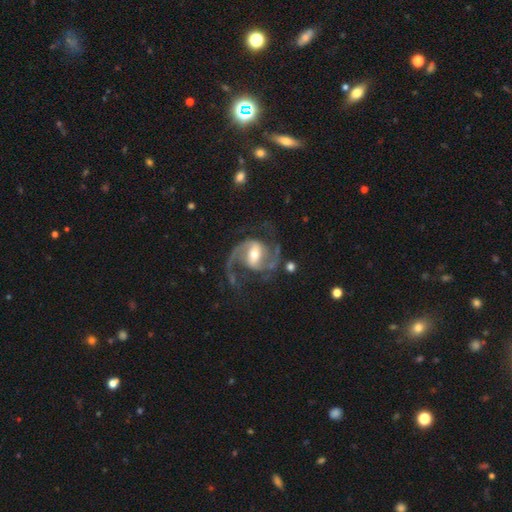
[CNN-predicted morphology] Smooth or featured: featured or disk — 92% (star or artifact — 4%)
Edge-on disk: no — 98% (yes — 2%)
Bar: weak — 43% (strong — 38%)
Spiral arms: yes — 98% (no — 2%)
Spiral winding: medium — 59% (loose — 28%)
Spiral arm count: 2 — 92% (3 — 3%)
Bulge size: moderate — 60% (small — 32%)
Merging: none — 74% (minor disturbance — 13%)